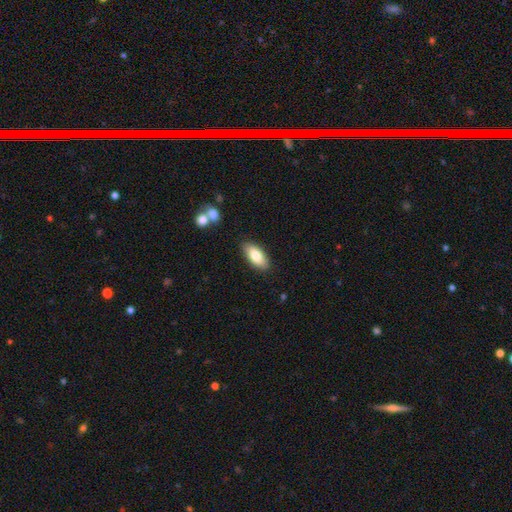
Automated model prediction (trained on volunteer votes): This is clearly a smooth galaxy (81%). How rounded: clearly in between (87%). Merging: clearly none (86%).